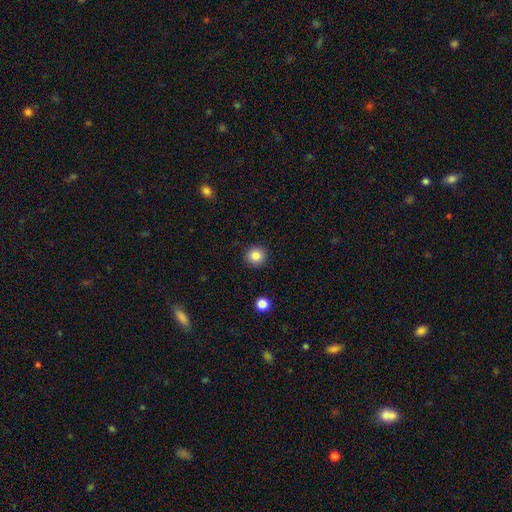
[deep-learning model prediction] Smooth or featured? smooth (86%)
How rounded? round (94%)
Merging? none (92%)